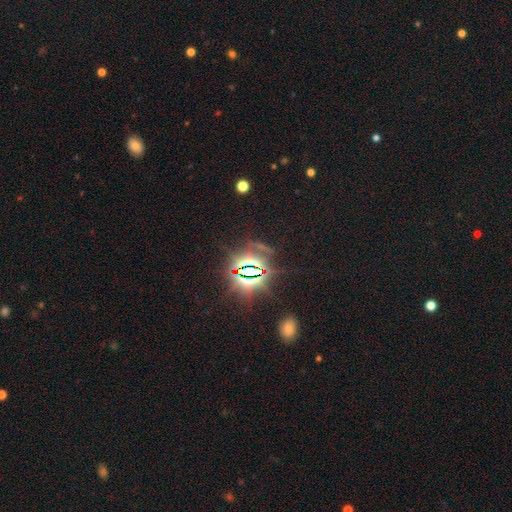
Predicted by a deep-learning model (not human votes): Smooth or featured?
  - star or artifact: 84% *
  - smooth: 9%
  - featured or disk: 7%